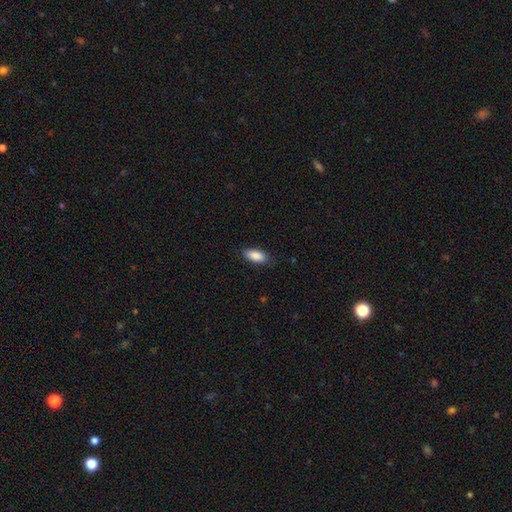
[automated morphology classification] The model was most divided on "merging": none: 85%, minor disturbance: 12%, major disturbance: 2%, merger: 1%. More confident: smooth or featured — smooth (89%); how rounded — in between (87%).